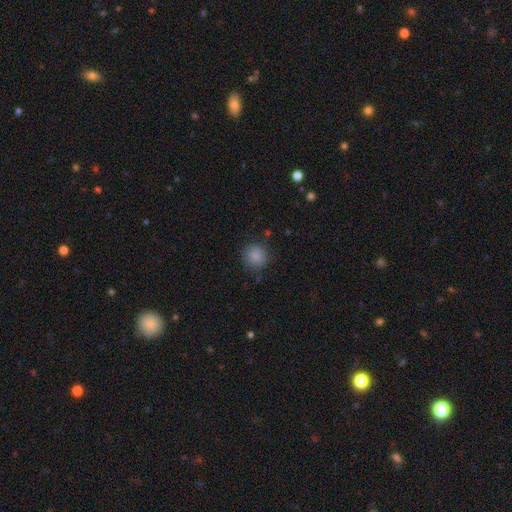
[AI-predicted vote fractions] Smooth or featured? Predicted: smooth (p=0.86). How rounded? Predicted: round (p=0.90). Merging? Predicted: none (p=0.83).